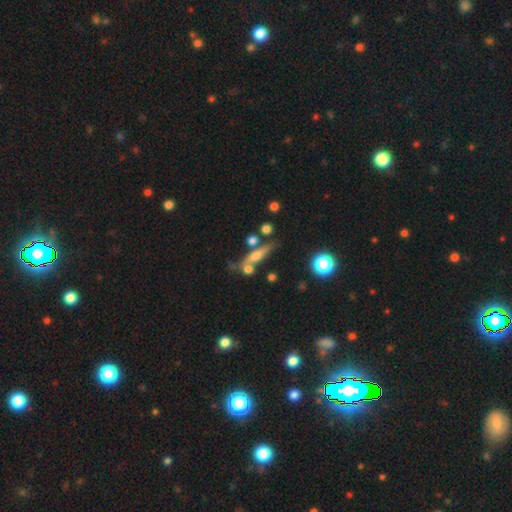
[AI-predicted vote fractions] smooth_or_featured: smooth (p=0.46) [alt: featured or disk p=0.43]
merging: none (p=0.58) [alt: merger p=0.20]